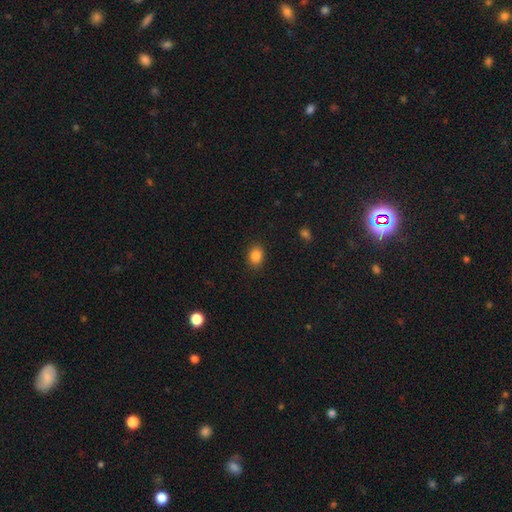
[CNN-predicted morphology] Smooth or featured? Predicted: smooth (p=0.85). How rounded? Predicted: in between (p=0.57). Merging? Predicted: none (p=0.88).